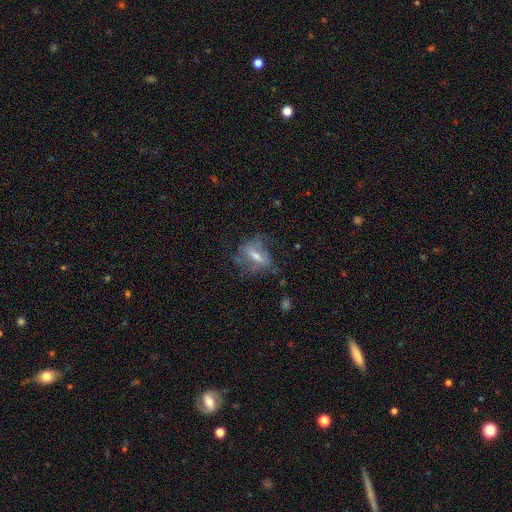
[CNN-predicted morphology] Overall: featured or disk (48%; smooth 41%). Merging: none (44%; major disturbance 29%).